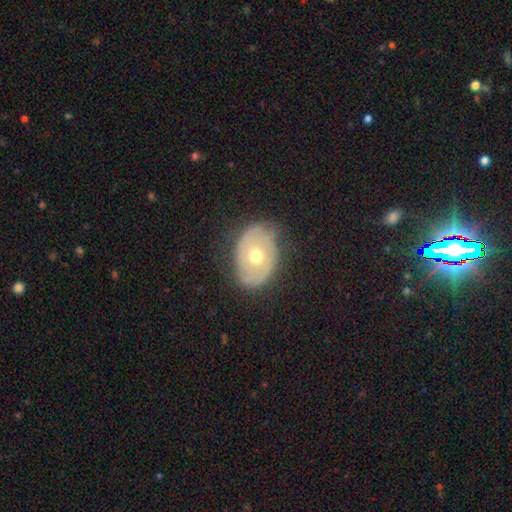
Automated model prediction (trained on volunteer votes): This appears to be a featured or disk galaxy (62%) with no bar (84%), spiral arms (61%) and a moderate central bulge (68%). Merging: none (71%).